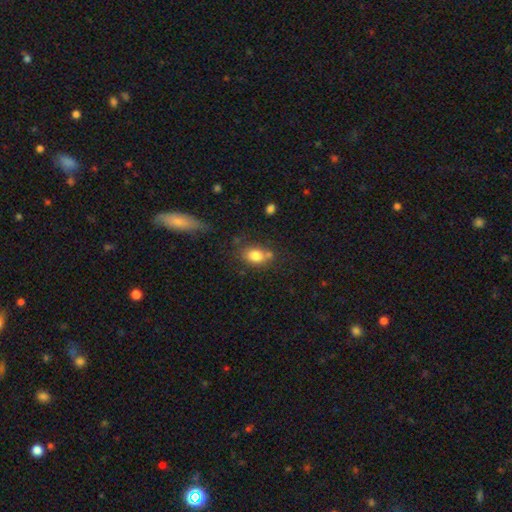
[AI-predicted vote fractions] This appears to be a smooth galaxy with no disk features (81%) that is in between round and cigar-shaped (74%). Merging: none (58%).